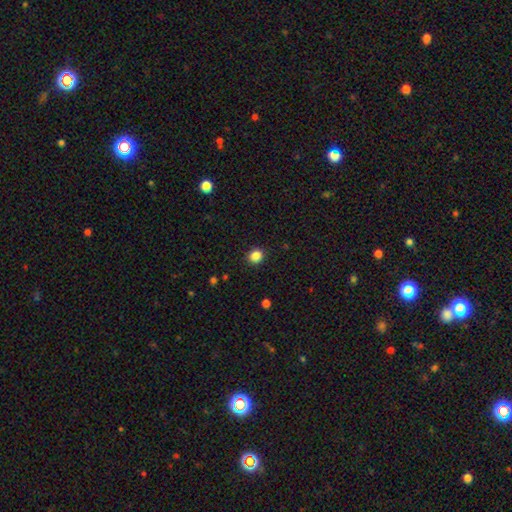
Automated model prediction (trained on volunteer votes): A smooth galaxy with no disk features (86%) that is round (85%).

Vote fractions:
- Smooth or featured? smooth: 86% / star or artifact: 11% / featured or disk: 3%
- How rounded? round: 85% / in between: 14% / cigar-shaped: 1%
- Merging? none: 91% / minor disturbance: 6% / major disturbance: 2% / merger: 1%